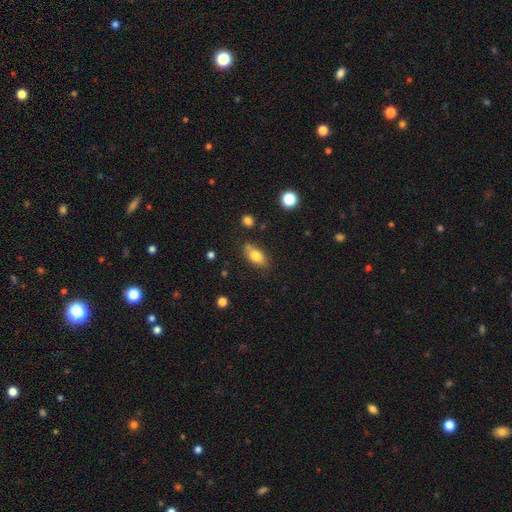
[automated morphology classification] type=smooth (78%); roundness=in between (86%); merging=none (73%).